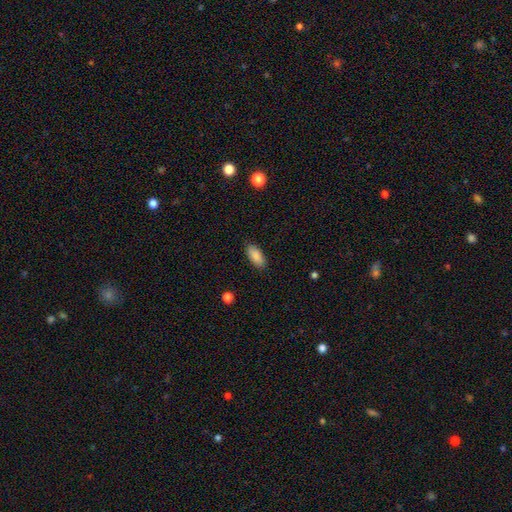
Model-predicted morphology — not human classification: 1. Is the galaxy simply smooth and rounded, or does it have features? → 88% smooth, 7% star or artifact, 5% featured or disk.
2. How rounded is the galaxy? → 88% in between, 10% cigar-shaped, 2% round.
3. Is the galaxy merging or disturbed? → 88% none, 9% minor disturbance, 2% major disturbance, 1% merger.